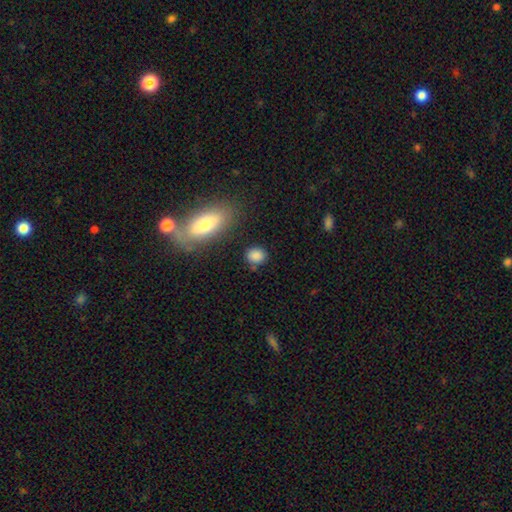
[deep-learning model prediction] This is clearly a smooth galaxy (86%). How rounded: possibly round (58%). Merging: likely none (78%).